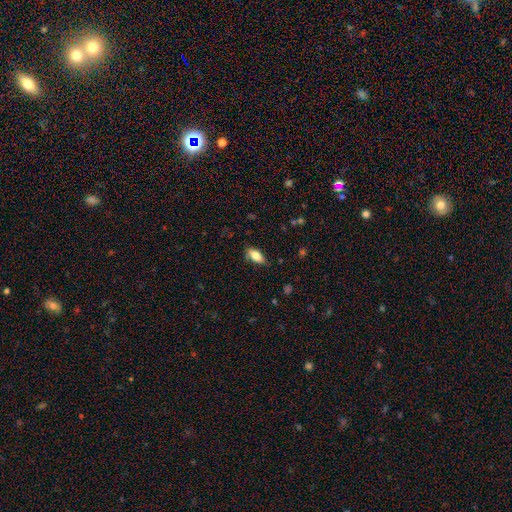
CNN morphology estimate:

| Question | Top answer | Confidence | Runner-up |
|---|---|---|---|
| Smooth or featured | smooth | 80% | featured or disk (13%) |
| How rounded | in between | 85% | cigar-shaped (12%) |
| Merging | none | 77% | minor disturbance (18%) |